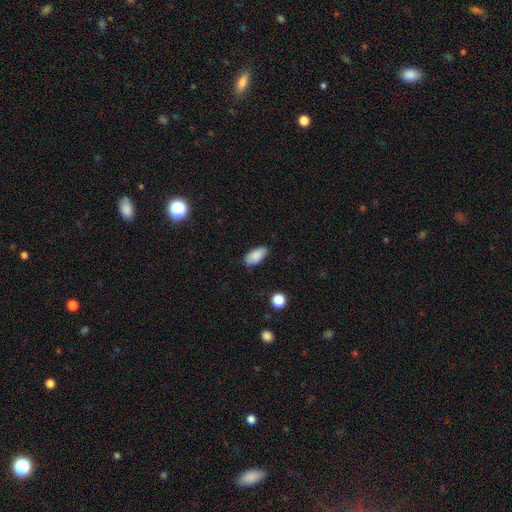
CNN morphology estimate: Smooth or featured: smooth — 85% (star or artifact — 8%)
How rounded: in between — 92% (cigar-shaped — 5%)
Merging: none — 78% (minor disturbance — 17%)